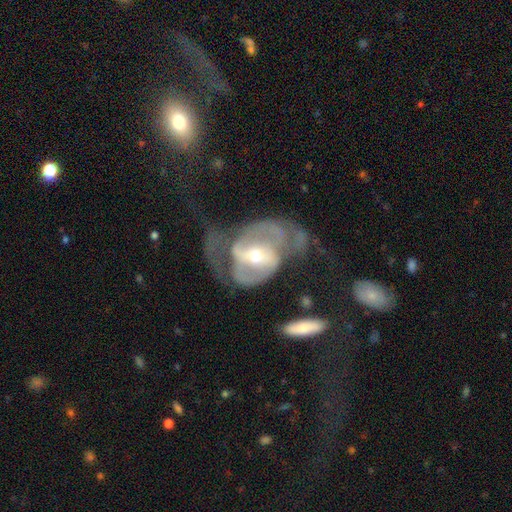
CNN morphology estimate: The model was most divided on "bulge size": moderate: 48%, small: 47%, large: 3%, dominant: 1%, none: 1%. Remaining: edge-on disk — no (96%); smooth or featured — featured or disk (83%); spiral arms — yes (79%); spiral arm count — 2 (78%); spiral winding — medium (46%); merging — major disturbance (43%); bar — strong (41%).